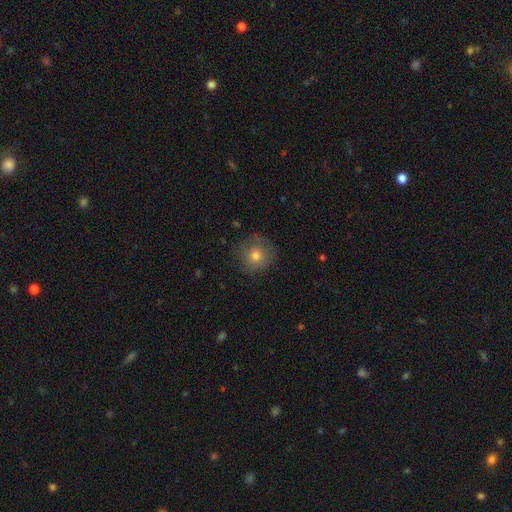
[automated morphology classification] smooth-or-featured: smooth: 75% | featured or disk: 13% | star or artifact: 12%
  how-rounded: round: 93% | in between: 6% | cigar-shaped: 1%
  merging: none: 82% | minor disturbance: 13% | major disturbance: 4% | merger: 1%